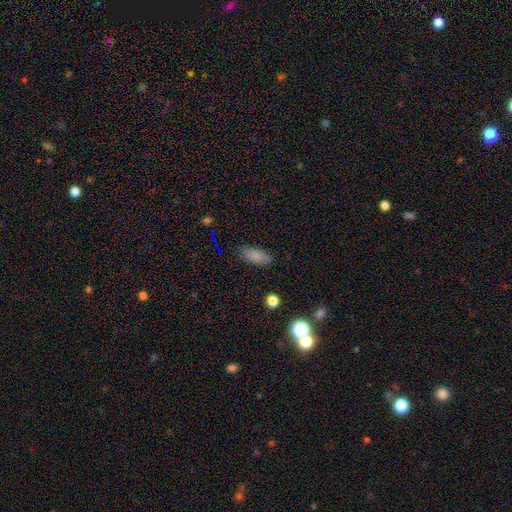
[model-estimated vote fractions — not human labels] Q: Smooth or featured?
A: smooth (82%); runner-up: star or artifact (10%)
Q: How rounded?
A: in between (80%); runner-up: cigar-shaped (17%)
Q: Merging?
A: none (84%); runner-up: minor disturbance (12%)